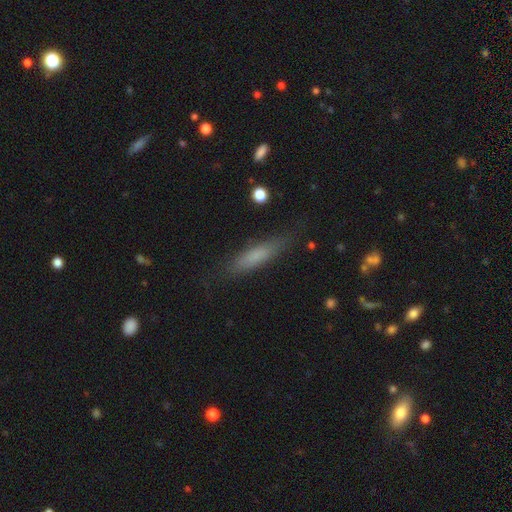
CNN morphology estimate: Q: Smooth or featured?
A: smooth (70%); runner-up: featured or disk (21%)
Q: How rounded?
A: cigar-shaped (77%); runner-up: in between (21%)
Q: Merging?
A: none (79%); runner-up: minor disturbance (14%)